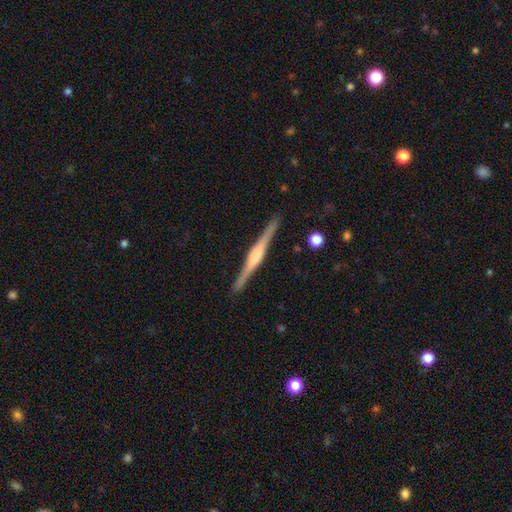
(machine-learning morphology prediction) smooth-or-featured: featured or disk: 81% | smooth: 14% | star or artifact: 5%
  disk-edge-on: yes: 98% | no: 2%
    edge-on-bulge: rounded: 51% | boxy: 38% | none: 10%
  merging: none: 91% | minor disturbance: 7% | major disturbance: 1% | merger: 1%